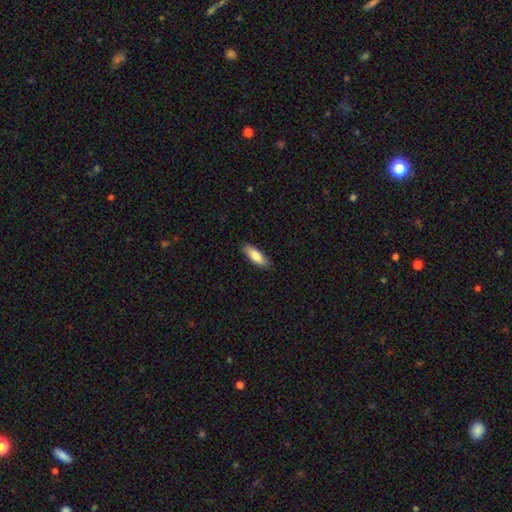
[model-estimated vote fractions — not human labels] Overall: smooth (82%). How rounded: in between (64%; cigar-shaped 34%). Merging: none (87%).